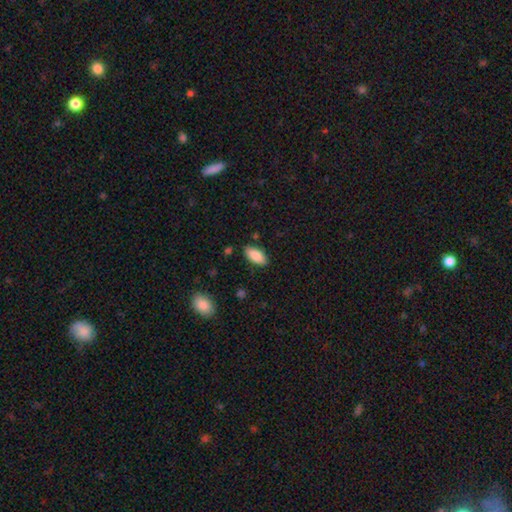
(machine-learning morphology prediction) Smooth or featured? smooth (87%)
How rounded? in between (91%)
Merging? none (85%)